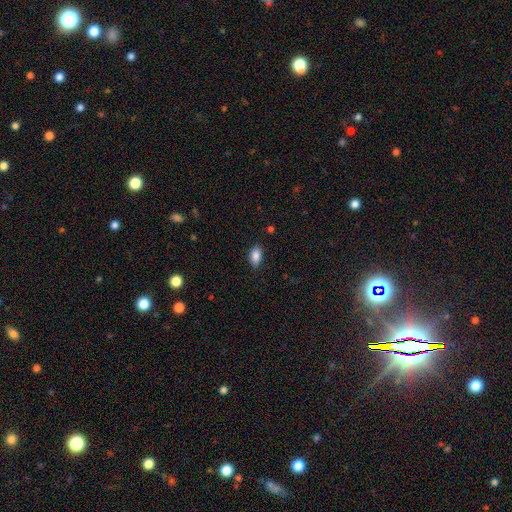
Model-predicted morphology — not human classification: A smooth galaxy with no disk features (87%) that is in between round and cigar-shaped (91%). Merging: none (87%).